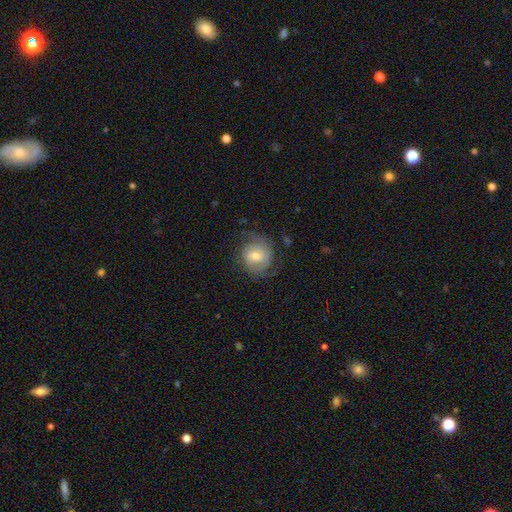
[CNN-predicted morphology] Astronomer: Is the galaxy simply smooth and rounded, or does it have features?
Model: featured or disk — 58% (runner-up: smooth, 35%).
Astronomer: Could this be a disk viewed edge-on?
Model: no — 97%.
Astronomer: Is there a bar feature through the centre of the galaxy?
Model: weak — 47% (runner-up: no, 42%).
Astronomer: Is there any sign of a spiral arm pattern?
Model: yes — 83%.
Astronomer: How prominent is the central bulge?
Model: moderate — 56% (runner-up: small, 34%).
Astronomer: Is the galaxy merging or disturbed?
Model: none — 62%.